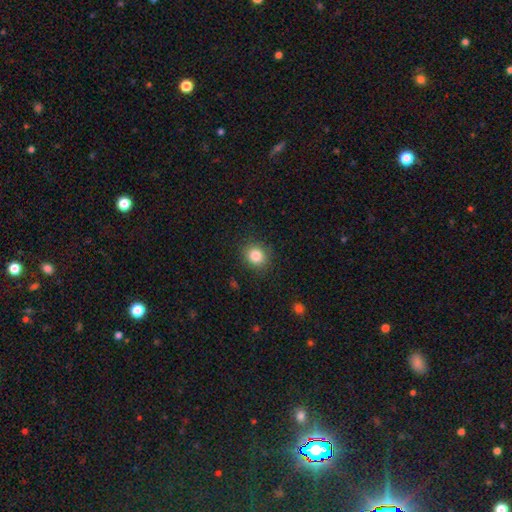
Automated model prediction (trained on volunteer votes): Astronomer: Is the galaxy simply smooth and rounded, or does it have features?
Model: smooth — 84%.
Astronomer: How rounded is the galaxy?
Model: round — 79%.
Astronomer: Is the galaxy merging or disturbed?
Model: none — 88%.